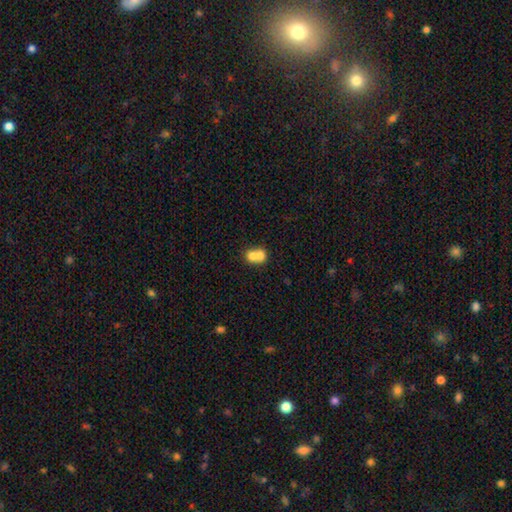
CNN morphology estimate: Smooth or featured?
  - smooth: 70% *
  - featured or disk: 20%
  - star or artifact: 9%
How rounded?
  - round: 64% *
  - in between: 35%
  - cigar-shaped: 1%
Merging?
  - merger: 72% *
  - none: 21%
  - minor disturbance: 5%
  - major disturbance: 2%